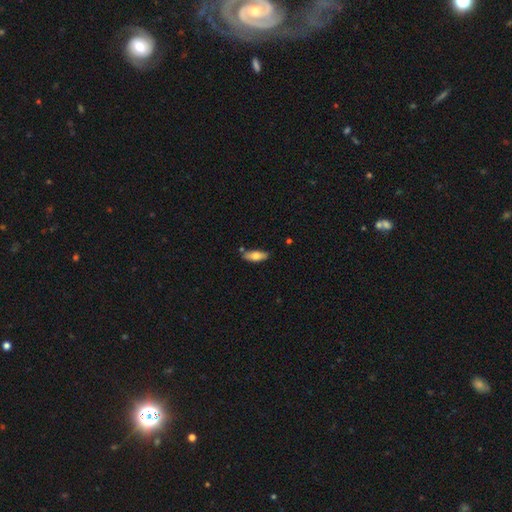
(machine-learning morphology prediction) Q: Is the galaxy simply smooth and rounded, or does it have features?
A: smooth — 74%.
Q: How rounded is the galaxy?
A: in between — 71%.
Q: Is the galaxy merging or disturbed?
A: none — 78%.